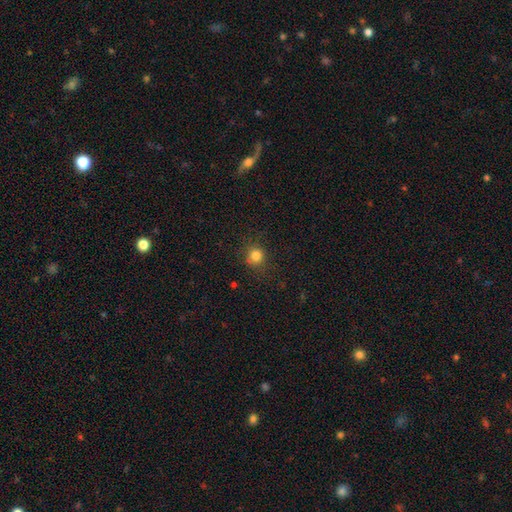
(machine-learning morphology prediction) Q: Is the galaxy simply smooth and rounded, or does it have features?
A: smooth — 82%.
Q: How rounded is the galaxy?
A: round — 90%.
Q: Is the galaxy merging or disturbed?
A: none — 85%.